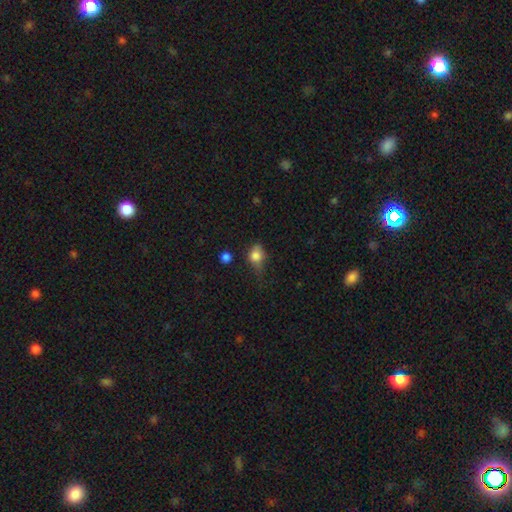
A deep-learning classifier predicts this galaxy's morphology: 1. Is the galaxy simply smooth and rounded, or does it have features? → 79% smooth, 11% featured or disk, 10% star or artifact.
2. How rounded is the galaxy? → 49% in between, 48% round, 2% cigar-shaped.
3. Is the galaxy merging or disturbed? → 41% none, 38% minor disturbance, 17% major disturbance, 4% merger.